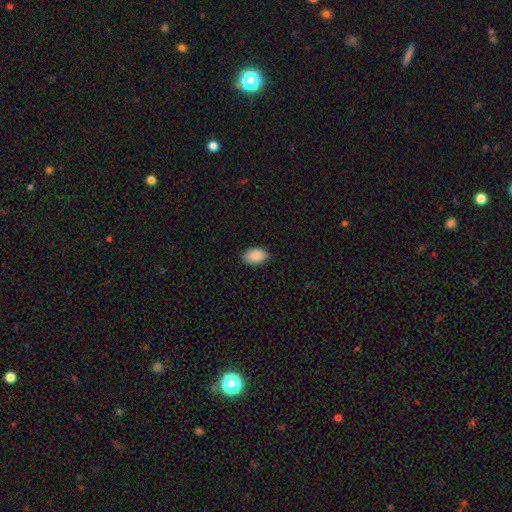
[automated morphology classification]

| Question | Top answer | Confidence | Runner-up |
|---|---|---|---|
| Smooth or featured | smooth | 90% | star or artifact (7%) |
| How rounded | in between | 92% | round (7%) |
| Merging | none | 85% | minor disturbance (12%) |